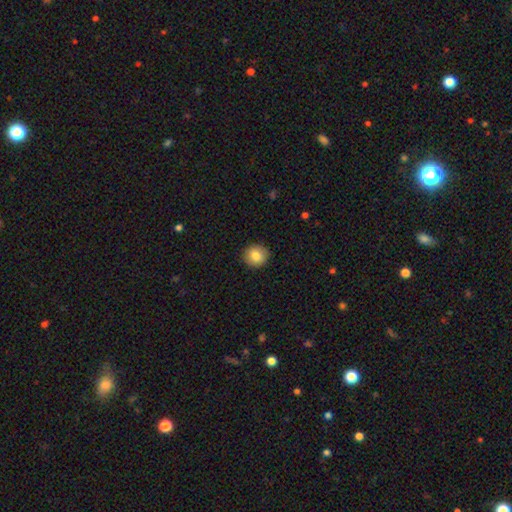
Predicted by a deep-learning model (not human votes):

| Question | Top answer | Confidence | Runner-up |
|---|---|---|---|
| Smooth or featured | smooth | 83% | star or artifact (9%) |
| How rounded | round | 91% | in between (8%) |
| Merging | none | 92% | minor disturbance (6%) |